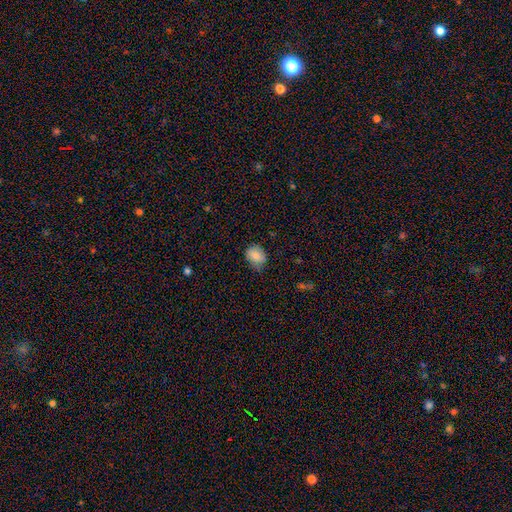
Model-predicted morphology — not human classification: Smooth or featured? Predicted: smooth (p=0.82). How rounded? Predicted: round (p=0.55). Merging? Predicted: none (p=0.61).